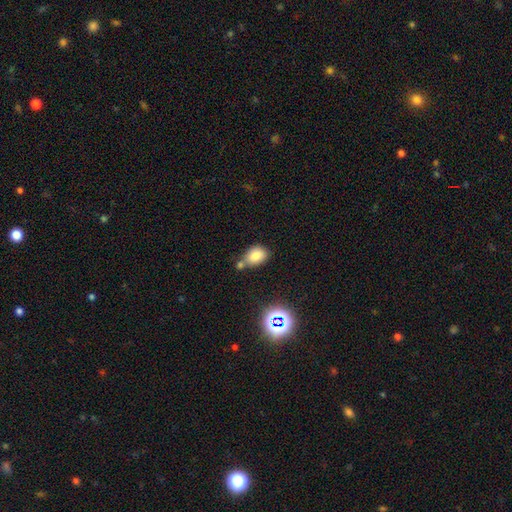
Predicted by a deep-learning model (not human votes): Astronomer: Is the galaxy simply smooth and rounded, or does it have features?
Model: smooth — 79%.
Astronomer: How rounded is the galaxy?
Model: in between — 76%.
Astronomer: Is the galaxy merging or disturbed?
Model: none — 47% (runner-up: merger, 30%).